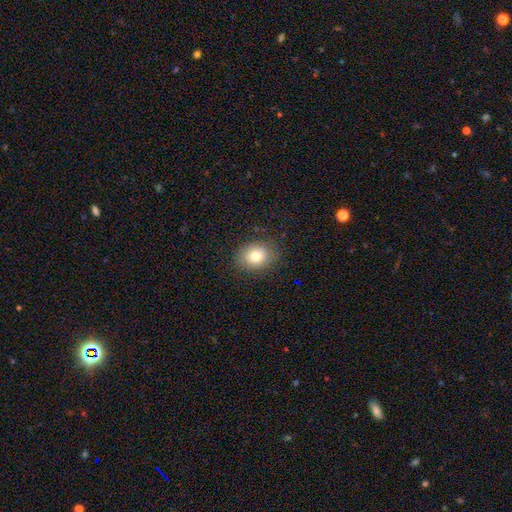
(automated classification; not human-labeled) The model was most divided on "how rounded": in between: 51%, round: 48%, cigar-shaped: 1%. More confident: merging — none (85%); smooth or featured — smooth (80%).